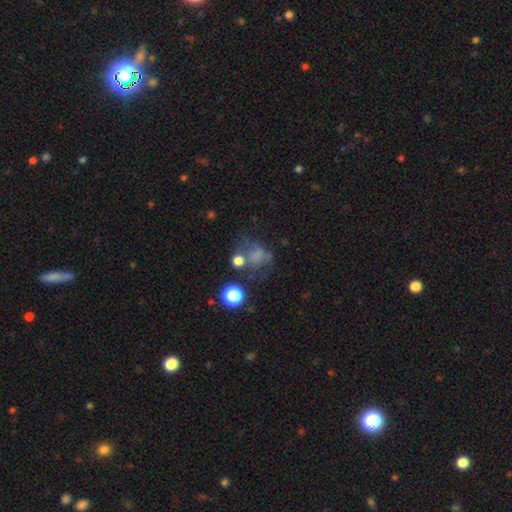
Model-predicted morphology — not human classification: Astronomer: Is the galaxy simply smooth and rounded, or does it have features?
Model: smooth — 53%.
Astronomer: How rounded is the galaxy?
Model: round — 61% (runner-up: in between, 38%).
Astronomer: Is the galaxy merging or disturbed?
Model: none — 37% (runner-up: major disturbance, 28%).